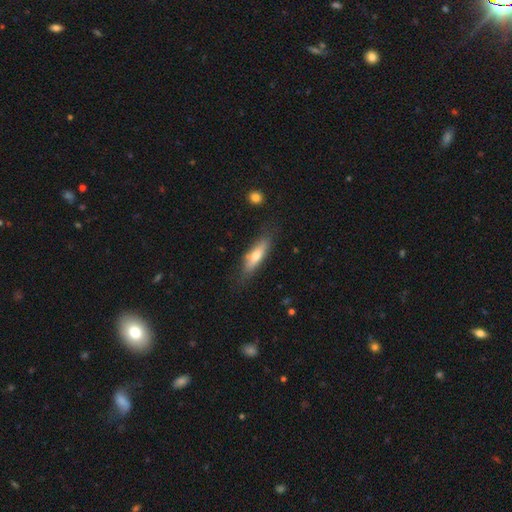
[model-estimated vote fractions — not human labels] Smooth or featured?
  - smooth: 55% *
  - featured or disk: 39%
  - star or artifact: 6%
How rounded?
  - cigar-shaped: 64% *
  - in between: 33%
  - round: 2%
Merging?
  - none: 78% *
  - minor disturbance: 16%
  - major disturbance: 4%
  - merger: 2%